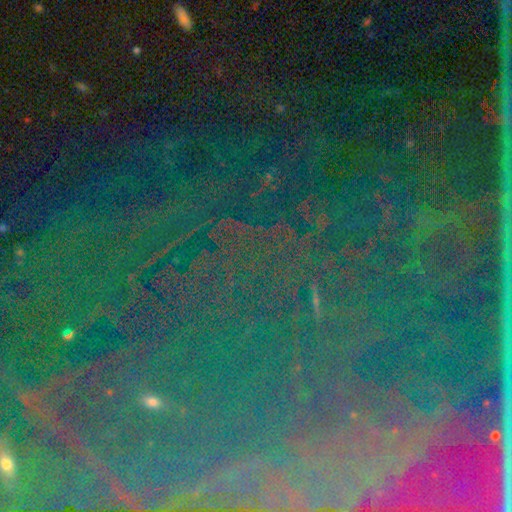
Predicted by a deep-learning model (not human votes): Smooth or featured? star or artifact (85%)